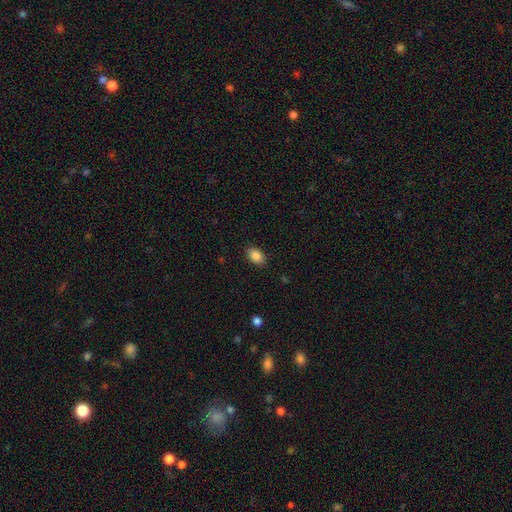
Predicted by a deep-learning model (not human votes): smooth-or-featured: smooth: 87% | star or artifact: 8% | featured or disk: 5%
  how-rounded: in between: 87% | round: 12% | cigar-shaped: 1%
  merging: none: 88% | minor disturbance: 9% | major disturbance: 2% | merger: 1%